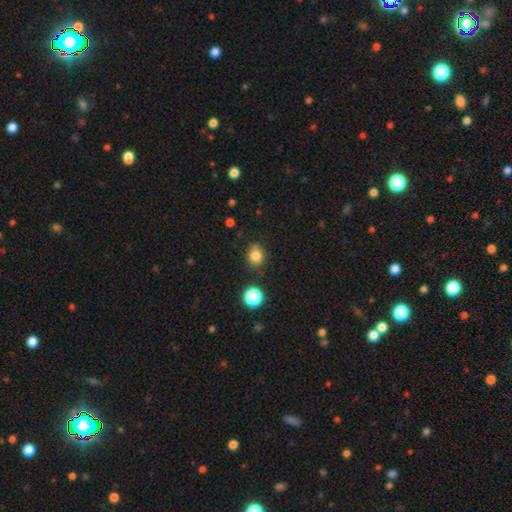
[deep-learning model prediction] A smooth galaxy with no disk features (82%) that is round (64%). Merging: none (78%).